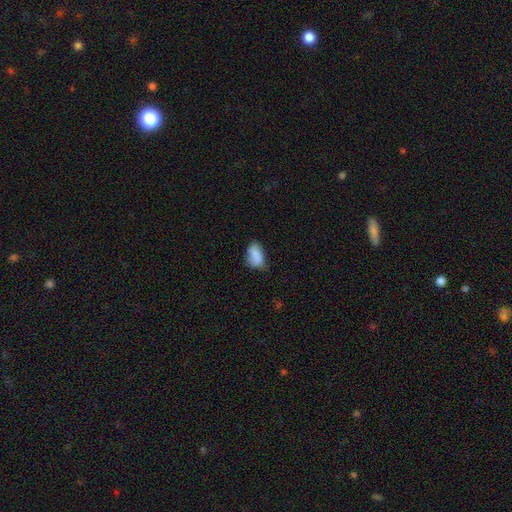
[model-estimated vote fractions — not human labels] Smooth or featured?
  - smooth: 81% *
  - featured or disk: 10%
  - star or artifact: 9%
How rounded?
  - in between: 90% *
  - round: 8%
  - cigar-shaped: 2%
Merging?
  - none: 48% *
  - minor disturbance: 38%
  - major disturbance: 11%
  - merger: 4%